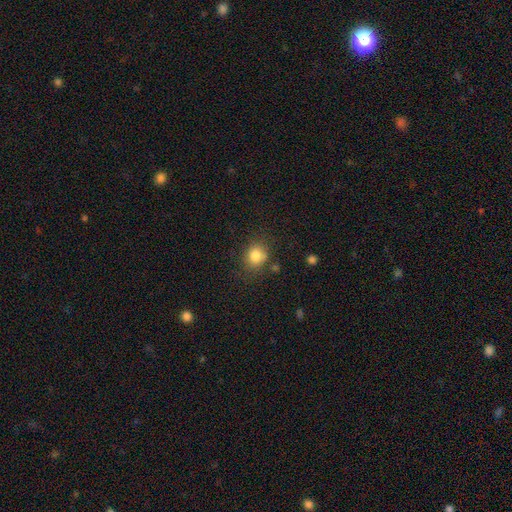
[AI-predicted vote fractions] This appears to be a smooth galaxy with no disk features (82%) that is round (65%). Merging: none (72%).